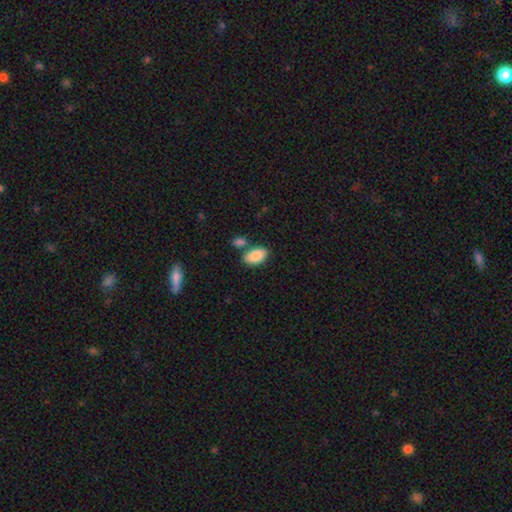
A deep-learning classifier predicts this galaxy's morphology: Smooth or featured: smooth — 87% (featured or disk — 7%)
How rounded: in between — 94% (round — 4%)
Merging: none — 67% (merger — 16%)